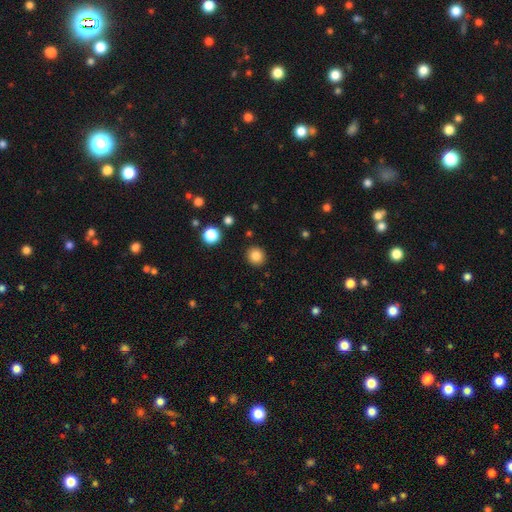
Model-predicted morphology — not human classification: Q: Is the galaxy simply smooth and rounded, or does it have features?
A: smooth — 85%.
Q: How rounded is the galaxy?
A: round — 90%.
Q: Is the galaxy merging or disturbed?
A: none — 90%.